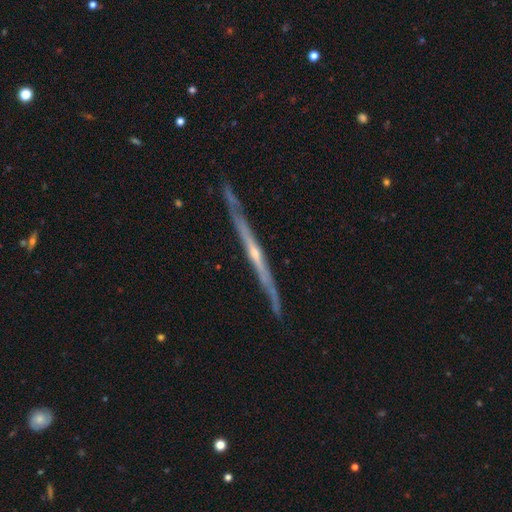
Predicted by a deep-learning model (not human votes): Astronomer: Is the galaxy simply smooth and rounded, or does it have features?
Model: featured or disk — 84%.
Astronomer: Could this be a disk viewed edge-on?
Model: yes — 97%.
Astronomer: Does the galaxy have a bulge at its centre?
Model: rounded — 56% (runner-up: none, 40%).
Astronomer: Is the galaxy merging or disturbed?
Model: none — 86%.